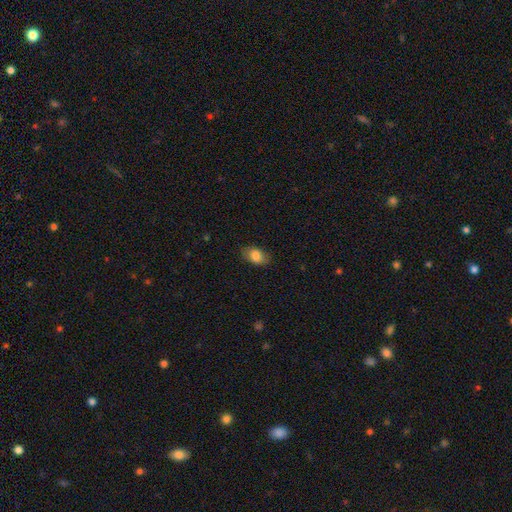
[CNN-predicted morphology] This is clearly a smooth galaxy (84%). How rounded: clearly in between (86%). Merging: clearly none (82%).